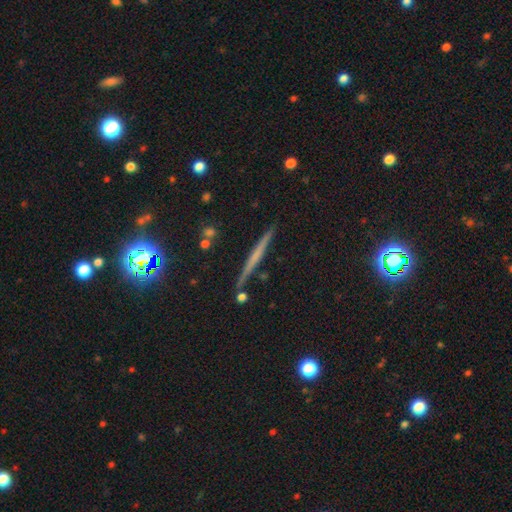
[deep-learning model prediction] smooth-or-featured: featured or disk: 54% | smooth: 33% | star or artifact: 13%
  disk-edge-on: yes: 97% | no: 3%
    edge-on-bulge: none: 78% | rounded: 15% | boxy: 7%
  merging: none: 89% | minor disturbance: 7% | merger: 2% | major disturbance: 2%